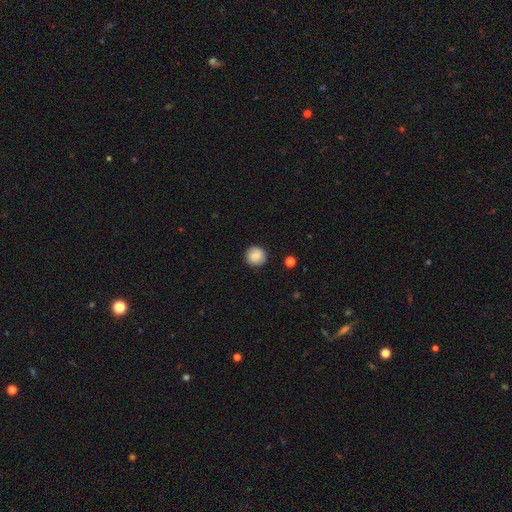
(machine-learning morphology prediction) The model was most divided on "smooth or featured": smooth: 86%, star or artifact: 8%, featured or disk: 7%. More confident: how rounded — round (93%); merging — none (90%).